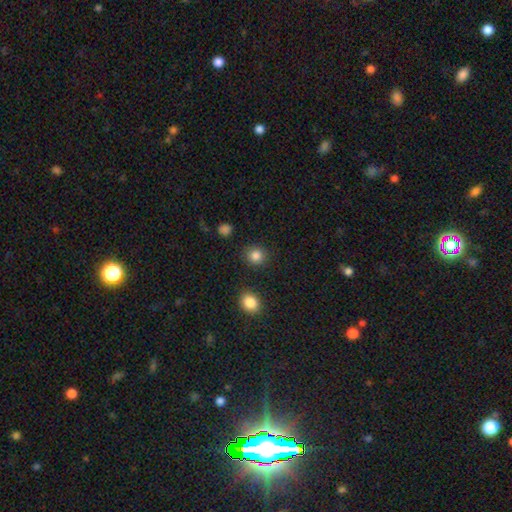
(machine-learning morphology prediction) A smooth galaxy with no disk features (86%) that is round (84%).

Vote fractions:
- Smooth or featured? smooth: 86% / star or artifact: 10% / featured or disk: 4%
- How rounded? round: 84% / in between: 15% / cigar-shaped: 1%
- Merging? none: 88% / minor disturbance: 7% / merger: 2% / major disturbance: 2%